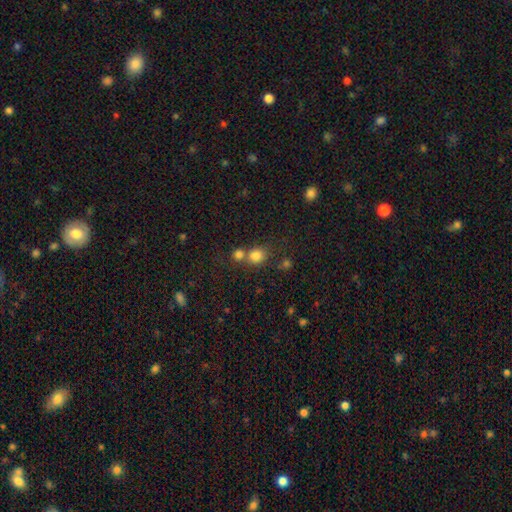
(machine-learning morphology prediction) Smooth or featured: smooth — 80% (star or artifact — 13%)
How rounded: round — 76% (in between — 23%)
Merging: none — 49% (merger — 39%)